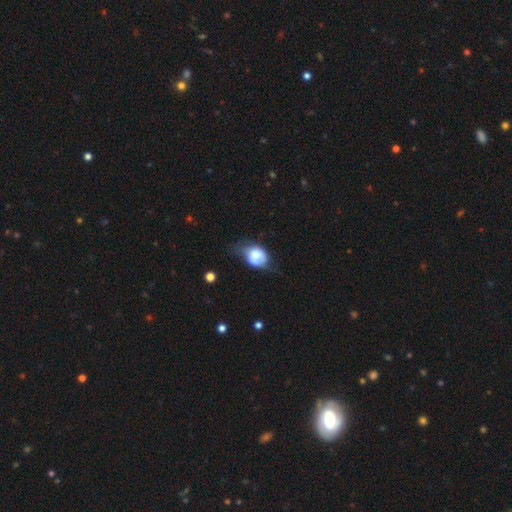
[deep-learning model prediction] Smooth or featured: smooth — 68% (featured or disk — 24%)
How rounded: in between — 64% (round — 34%)
Merging: minor disturbance — 42% (none — 26%)